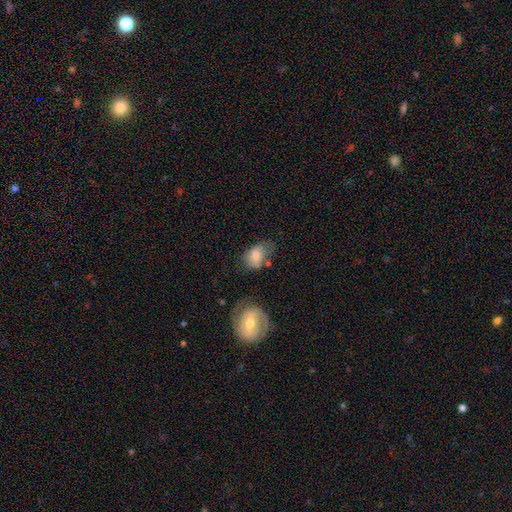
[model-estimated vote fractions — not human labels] smooth_or_featured: smooth (p=0.74) [alt: featured or disk p=0.19]
how_rounded: in between (p=0.78) [alt: round p=0.21]
merging: none (p=0.44) [alt: minor disturbance p=0.31]